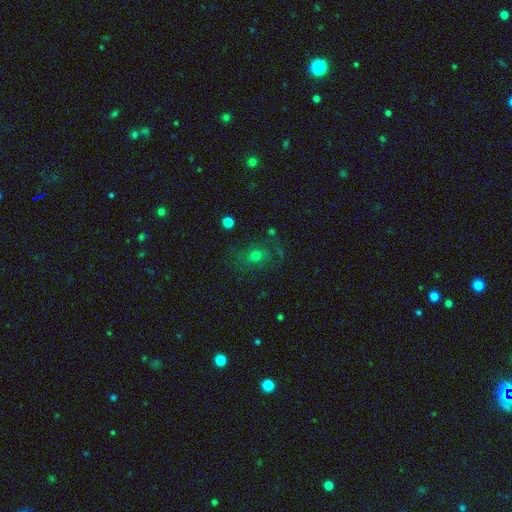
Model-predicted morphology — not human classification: Overall: smooth (59%; featured or disk 21%). How rounded: round (59%; in between 40%). Merging: none (61%).